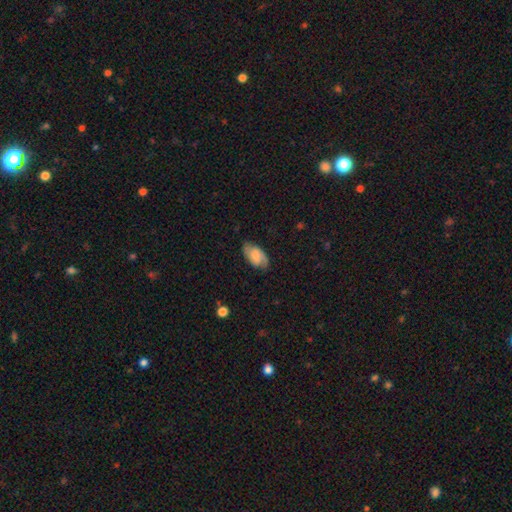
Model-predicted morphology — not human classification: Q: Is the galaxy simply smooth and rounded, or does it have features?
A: featured or disk — 56%.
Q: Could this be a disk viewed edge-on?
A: no — 95%.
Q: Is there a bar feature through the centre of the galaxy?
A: no — 50%.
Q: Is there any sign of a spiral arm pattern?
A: yes — 91%.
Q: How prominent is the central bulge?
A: small — 33%.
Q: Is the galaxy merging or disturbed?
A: none — 78%.